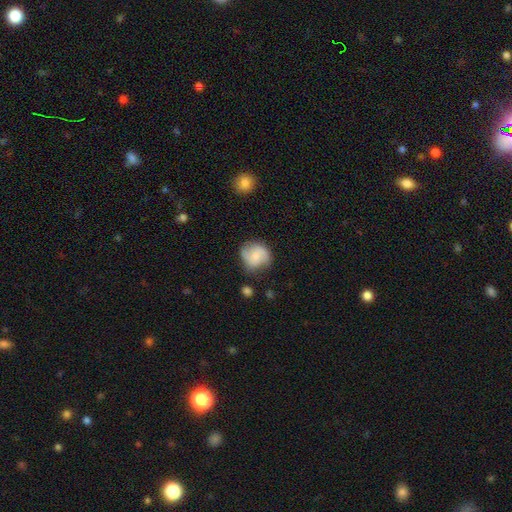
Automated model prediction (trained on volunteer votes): Overall: smooth (48%; featured or disk 45%). Merging: none (67%).